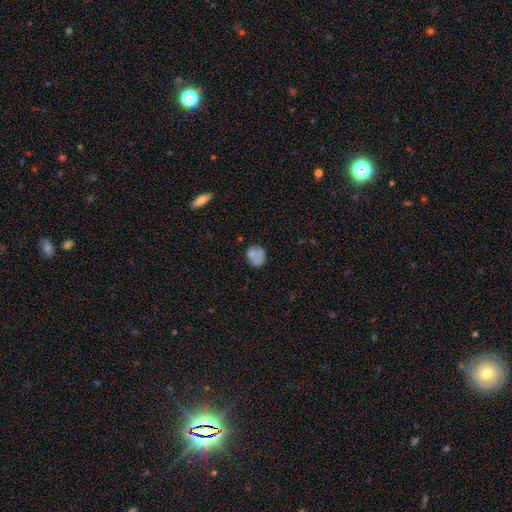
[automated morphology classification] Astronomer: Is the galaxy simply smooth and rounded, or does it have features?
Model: smooth — 71%.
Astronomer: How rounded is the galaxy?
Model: round — 72%.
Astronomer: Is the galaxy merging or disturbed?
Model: none — 57%.